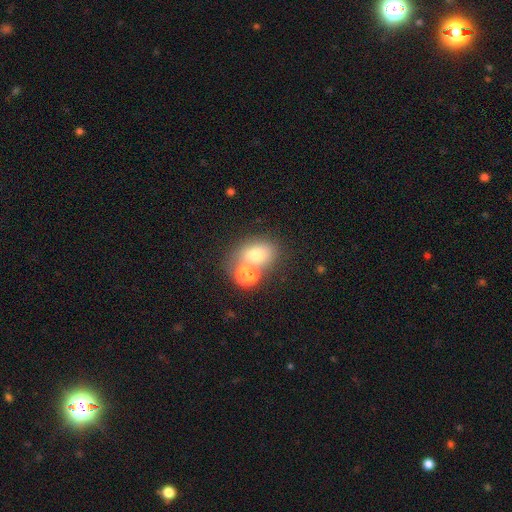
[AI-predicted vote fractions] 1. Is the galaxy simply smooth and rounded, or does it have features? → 72% smooth, 14% featured or disk, 14% star or artifact.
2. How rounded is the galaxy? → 57% in between, 42% round, 1% cigar-shaped.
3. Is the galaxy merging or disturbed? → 47% none, 37% merger, 11% minor disturbance, 5% major disturbance.